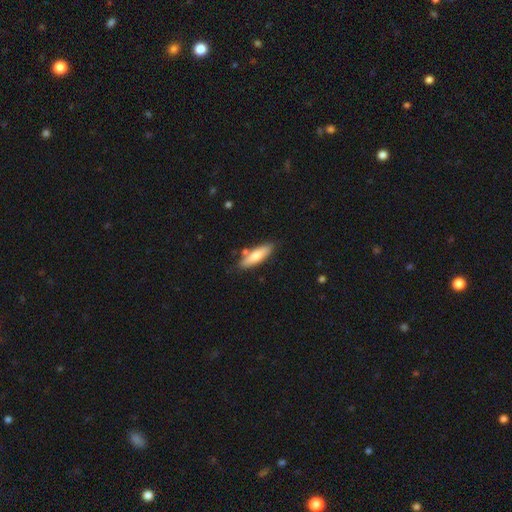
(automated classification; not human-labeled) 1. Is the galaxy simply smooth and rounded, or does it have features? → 73% smooth, 21% featured or disk, 6% star or artifact.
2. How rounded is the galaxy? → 57% cigar-shaped, 42% in between, 2% round.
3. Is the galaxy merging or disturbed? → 79% none, 12% minor disturbance, 6% merger, 2% major disturbance.